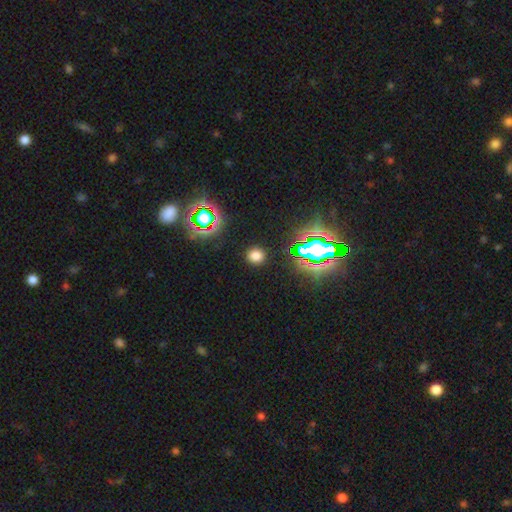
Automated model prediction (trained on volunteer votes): Morphology: type=smooth (71%); roundness=round (90%); merging=none (90%).